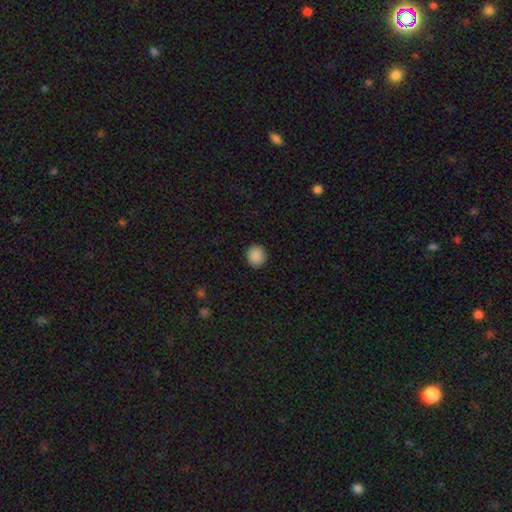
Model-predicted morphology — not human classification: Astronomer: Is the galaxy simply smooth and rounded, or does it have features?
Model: smooth — 89%.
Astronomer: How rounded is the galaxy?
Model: round — 89%.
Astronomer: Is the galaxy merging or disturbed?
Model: none — 91%.